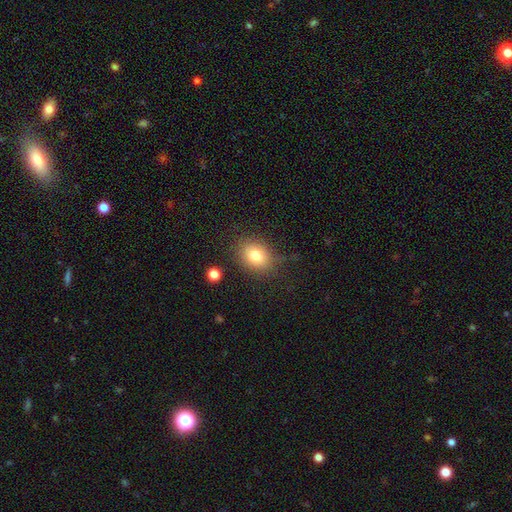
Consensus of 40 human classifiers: A smooth galaxy with no disk features (80%) that is in between round and cigar-shaped (62%). Merging: none (76%).